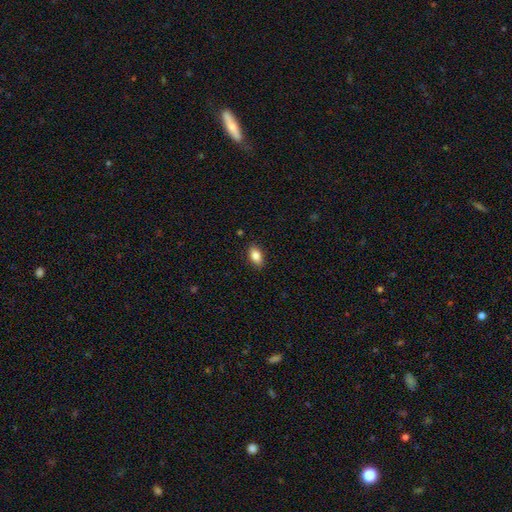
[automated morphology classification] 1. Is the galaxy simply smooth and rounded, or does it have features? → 84% smooth, 8% featured or disk, 8% star or artifact.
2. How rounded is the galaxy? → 90% in between, 6% round, 4% cigar-shaped.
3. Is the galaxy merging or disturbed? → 88% none, 9% minor disturbance, 2% major disturbance, 1% merger.